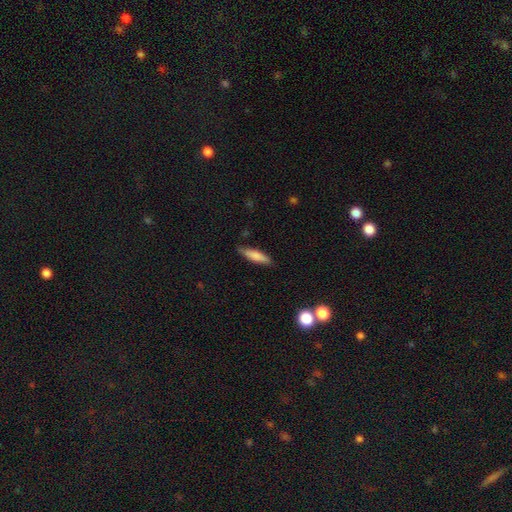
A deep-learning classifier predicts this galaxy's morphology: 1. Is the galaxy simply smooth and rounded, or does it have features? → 79% smooth, 15% featured or disk, 6% star or artifact.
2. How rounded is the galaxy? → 72% cigar-shaped, 27% in between, 2% round.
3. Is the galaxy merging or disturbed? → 84% none, 13% minor disturbance, 2% major disturbance, 1% merger.